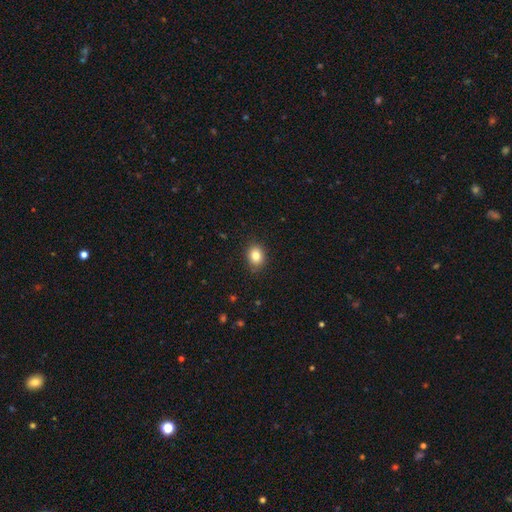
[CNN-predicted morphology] Smooth or featured?
  - smooth: 83% *
  - star or artifact: 10%
  - featured or disk: 7%
How rounded?
  - round: 50% *
  - in between: 49%
  - cigar-shaped: 1%
Merging?
  - none: 88% *
  - minor disturbance: 9%
  - major disturbance: 2%
  - merger: 1%